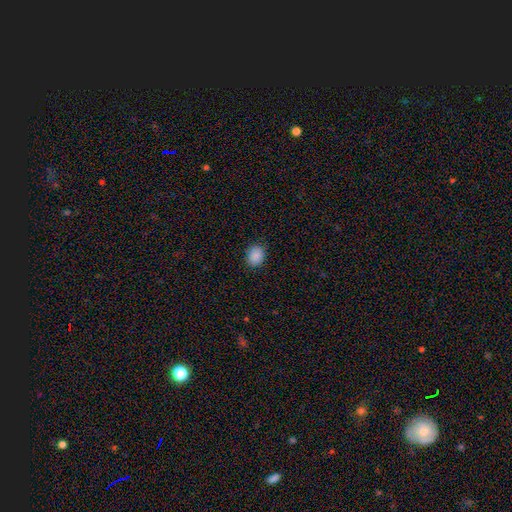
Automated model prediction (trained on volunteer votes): smooth_or_featured: smooth (p=0.89) [alt: star or artifact p=0.08]
how_rounded: in between (p=0.53) [alt: round p=0.46]
merging: none (p=0.88) [alt: minor disturbance p=0.09]